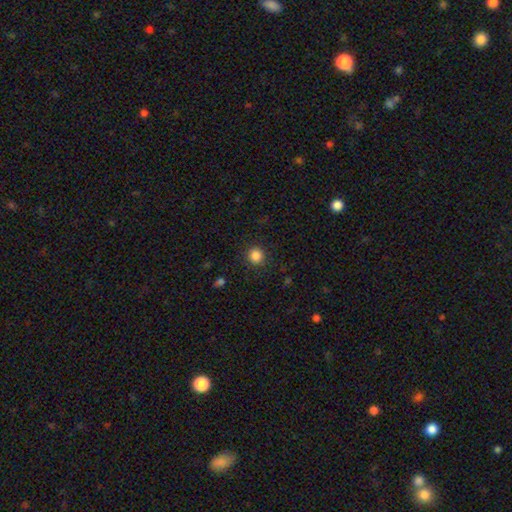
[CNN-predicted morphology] This appears to be a smooth galaxy with no disk features (85%) that is round (93%). Merging: none (89%).